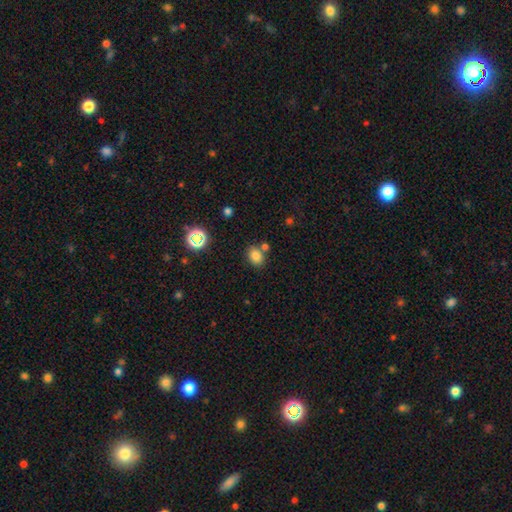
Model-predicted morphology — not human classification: Overall: smooth (81%). How rounded: in between (60%; round 39%). Merging: none (69%).